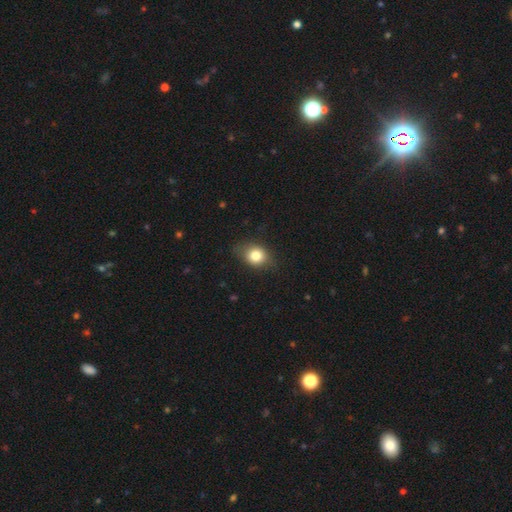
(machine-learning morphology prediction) type=smooth (80%); roundness=in between (50%); merging=none (76%).